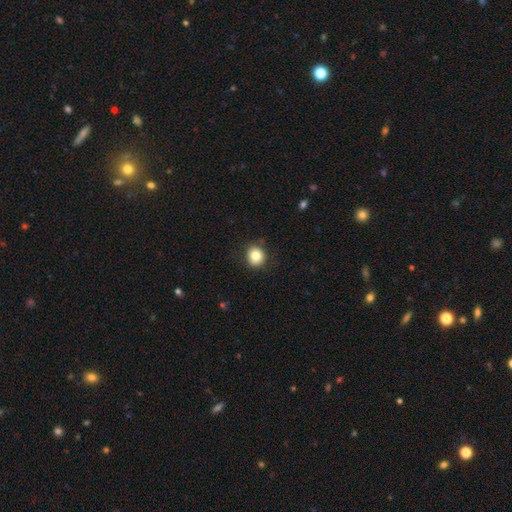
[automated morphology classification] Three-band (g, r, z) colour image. It shows a smooth galaxy with no disk features (82%) that is round (86%). Merging: none (87%).